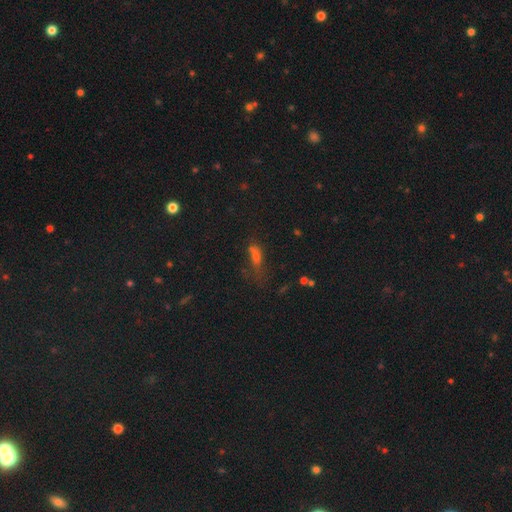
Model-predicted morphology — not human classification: Smooth or featured?
  - smooth: 53% *
  - star or artifact: 28%
  - featured or disk: 19%
How rounded?
  - in between: 53% *
  - cigar-shaped: 38%
  - round: 9%
Merging?
  - none: 43% *
  - major disturbance: 25%
  - minor disturbance: 24%
  - merger: 8%